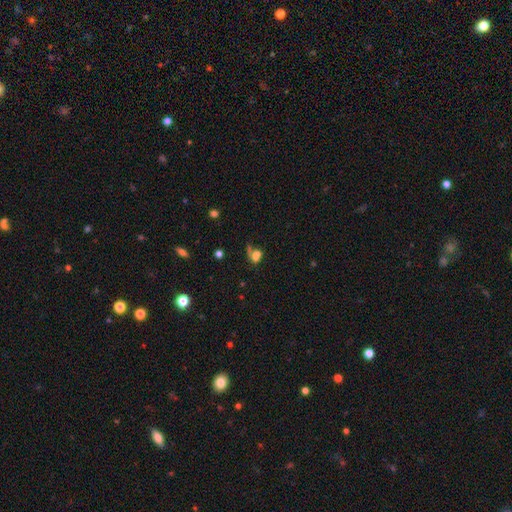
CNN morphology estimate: Q: Smooth or featured?
A: smooth (67%); runner-up: star or artifact (18%)
Q: How rounded?
A: in between (63%); runner-up: round (34%)
Q: Merging?
A: none (34%); runner-up: merger (33%)